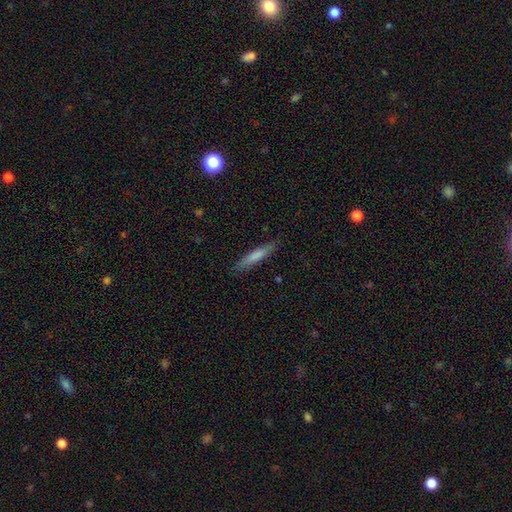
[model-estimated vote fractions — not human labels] Smooth or featured?
  - smooth: 75% *
  - featured or disk: 20%
  - star or artifact: 6%
How rounded?
  - cigar-shaped: 91% *
  - in between: 8%
  - round: 1%
Merging?
  - none: 87% *
  - minor disturbance: 10%
  - major disturbance: 2%
  - merger: 1%